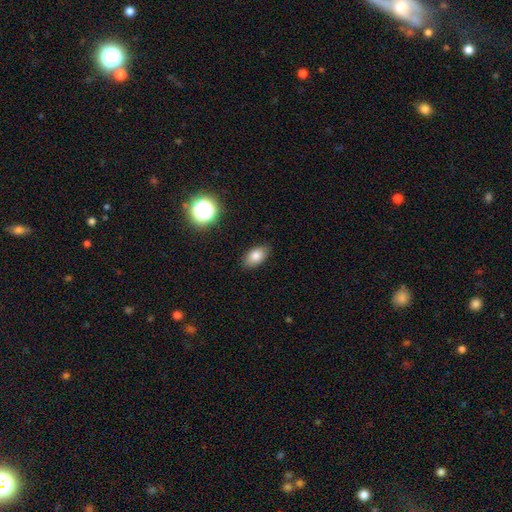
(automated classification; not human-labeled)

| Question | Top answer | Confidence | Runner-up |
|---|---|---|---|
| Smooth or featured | smooth | 80% | star or artifact (10%) |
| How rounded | in between | 91% | round (7%) |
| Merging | none | 87% | minor disturbance (10%) |